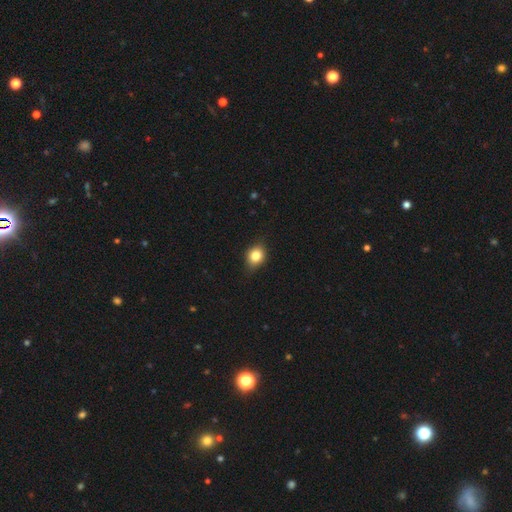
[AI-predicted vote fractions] smooth_or_featured: smooth (p=0.80) [alt: star or artifact p=0.10]
how_rounded: round (p=0.55) [alt: in between p=0.44]
merging: none (p=0.77) [alt: minor disturbance p=0.19]